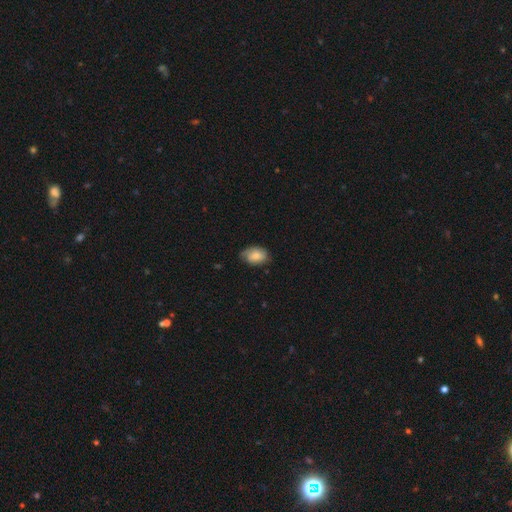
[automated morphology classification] This is likely a smooth galaxy (71%). How rounded: clearly in between (83%). Merging: likely none (63%).